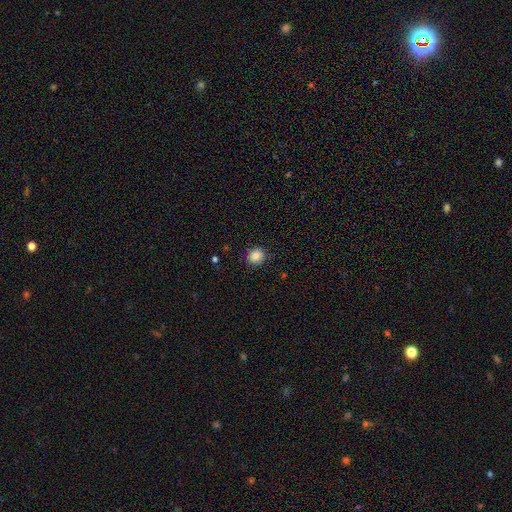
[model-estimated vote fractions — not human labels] This is clearly a smooth galaxy (86%). How rounded: clearly round (84%). Merging: clearly none (89%).